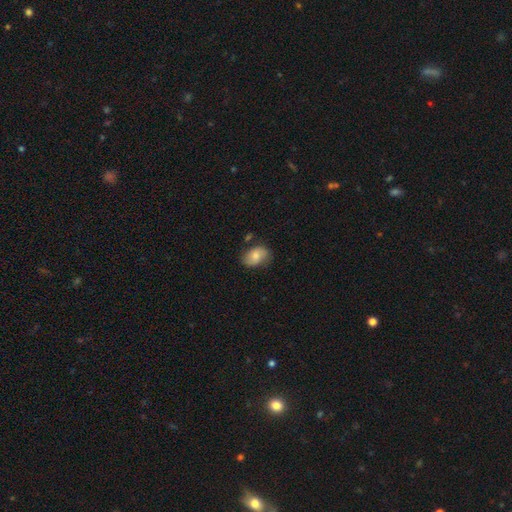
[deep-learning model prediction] Morphology: type=smooth (71%); roundness=in between (83%); merging=none (68%).